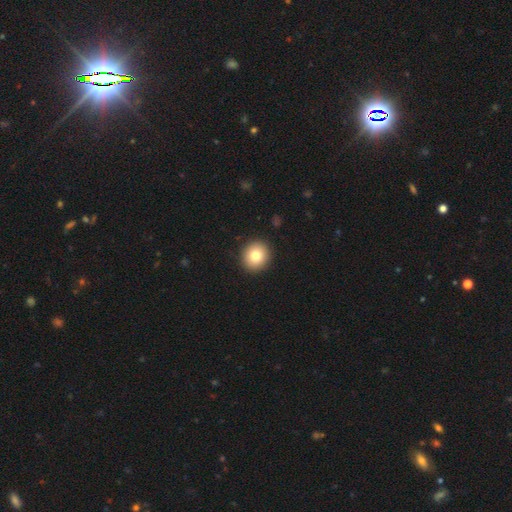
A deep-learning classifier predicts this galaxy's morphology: Overall: smooth (79%). How rounded: round (87%). Merging: none (92%).